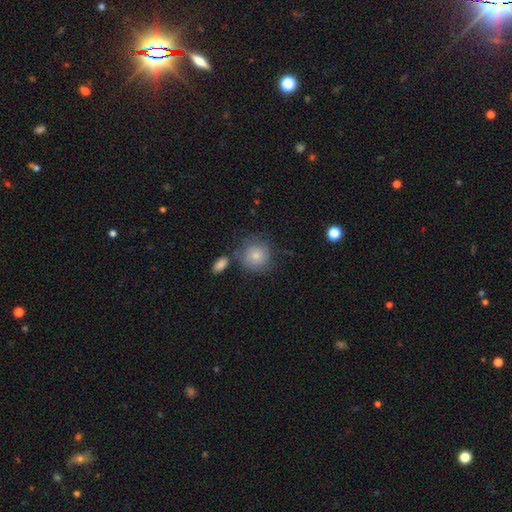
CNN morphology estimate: This appears to be a smooth galaxy with no disk features (73%) that is round (88%). Merging: none (63%).